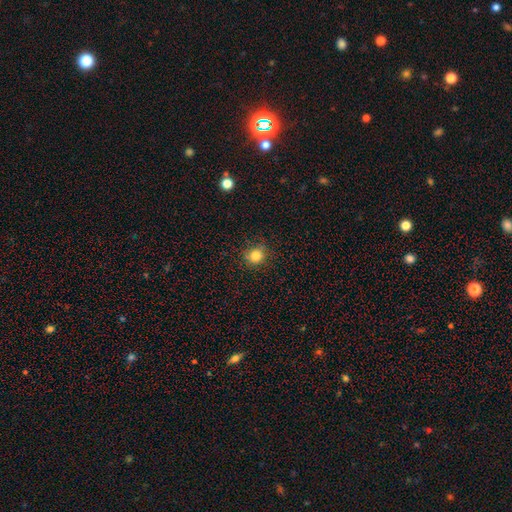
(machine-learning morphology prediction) smooth_or_featured: smooth (p=0.82) [alt: star or artifact p=0.13]
how_rounded: round (p=0.85) [alt: in between p=0.14]
merging: none (p=0.83) [alt: minor disturbance p=0.13]